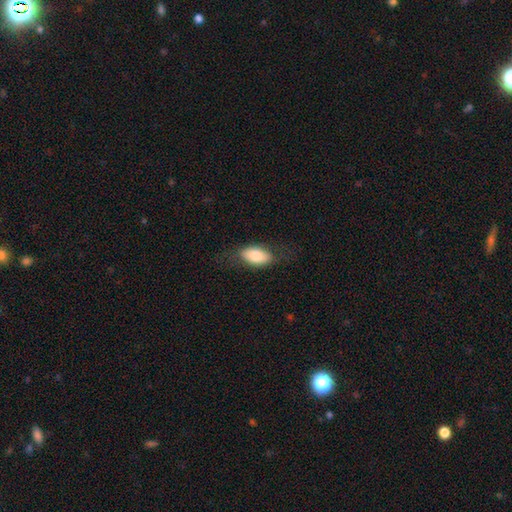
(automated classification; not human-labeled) This is likely a smooth galaxy (76%). How rounded: clearly in between (91%). Merging: likely none (73%).